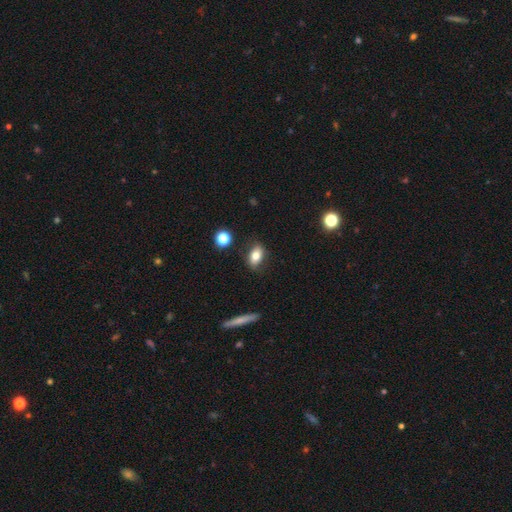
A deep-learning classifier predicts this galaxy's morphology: Smooth or featured: smooth — 76% (featured or disk — 14%)
How rounded: in between — 82% (round — 14%)
Merging: none — 82% (minor disturbance — 13%)